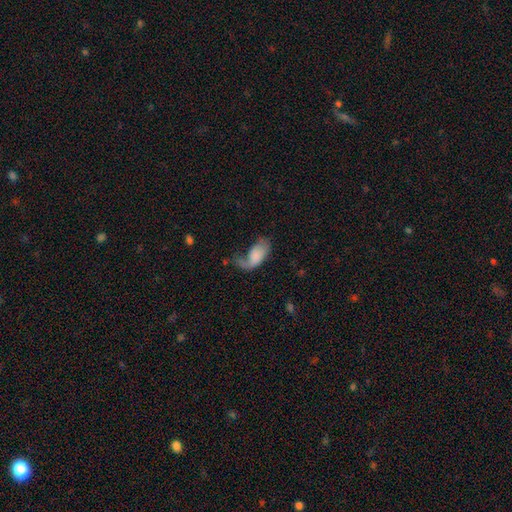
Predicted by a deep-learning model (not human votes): smooth-or-featured: smooth: 67% | featured or disk: 26% | star or artifact: 7%
  how-rounded: in between: 93% | round: 4% | cigar-shaped: 3%
  merging: major disturbance: 46% | none: 24% | minor disturbance: 23% | merger: 6%